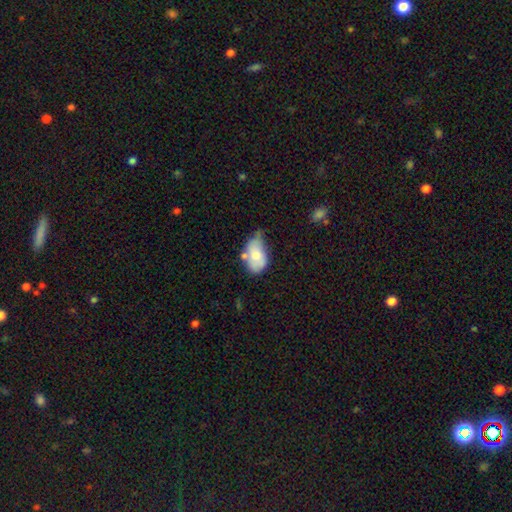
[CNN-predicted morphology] Smooth or featured?
  - smooth: 69% *
  - featured or disk: 24%
  - star or artifact: 7%
How rounded?
  - in between: 89% *
  - round: 9%
  - cigar-shaped: 2%
Merging?
  - minor disturbance: 40% *
  - none: 26%
  - merger: 17%
  - major disturbance: 17%